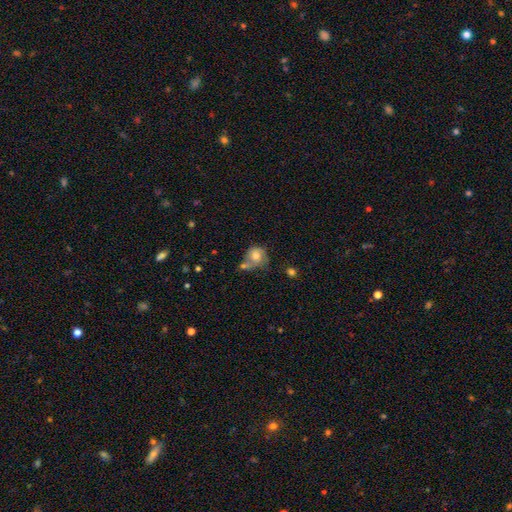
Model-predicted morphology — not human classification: Smooth or featured? Predicted: smooth (p=0.66). How rounded? Predicted: round (p=0.75). Merging? Predicted: none (p=0.35).